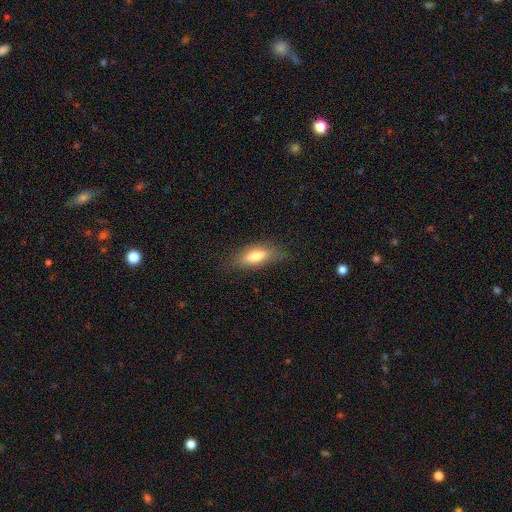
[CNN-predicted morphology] The model was most divided on "how rounded": in between: 72%, cigar-shaped: 25%, round: 3%. More confident: merging — none (76%); smooth or featured — smooth (73%).